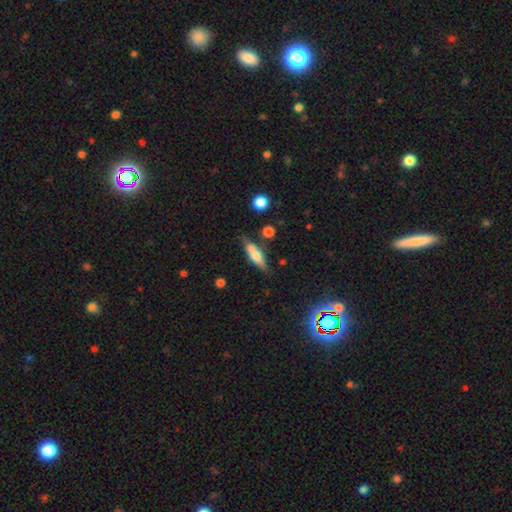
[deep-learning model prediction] The model was most divided on "smooth or featured": smooth: 49%, featured or disk: 44%, star or artifact: 8%. More confident: merging — none (64%).